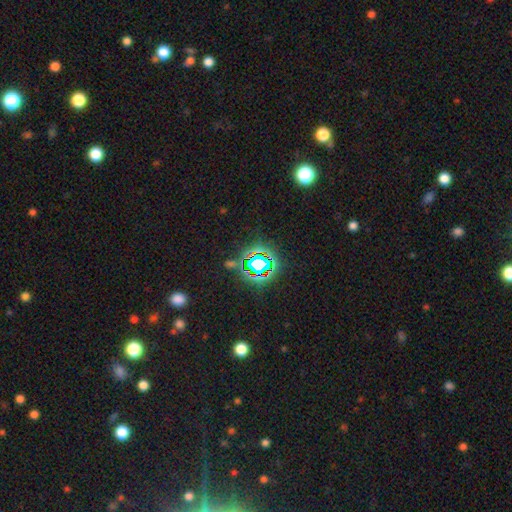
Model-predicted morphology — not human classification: Overall: star or artifact (70%).